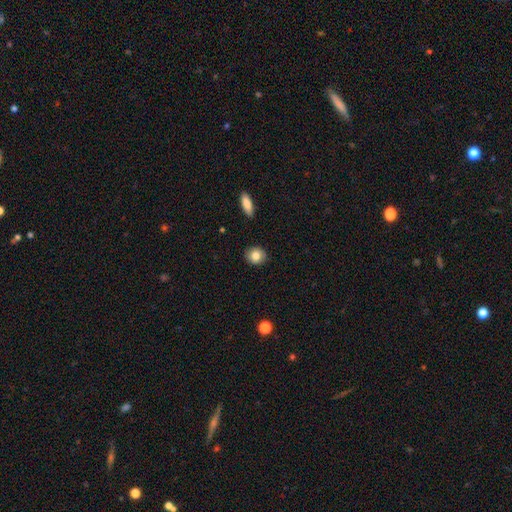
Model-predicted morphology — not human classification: This is clearly a smooth galaxy (81%). How rounded: likely round (73%). Merging: clearly none (88%).